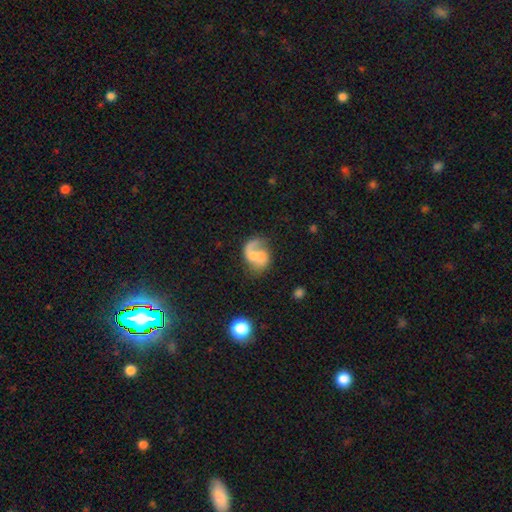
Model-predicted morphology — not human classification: Smooth or featured? featured or disk (66%)
Edge-on disk? no (98%)
Bar? no (57%)
Spiral arms? yes (83%)
Spiral winding? loose (53%)
Spiral arm count? 2 (50%)
Bulge size? small (37%)
Merging? none (39%)